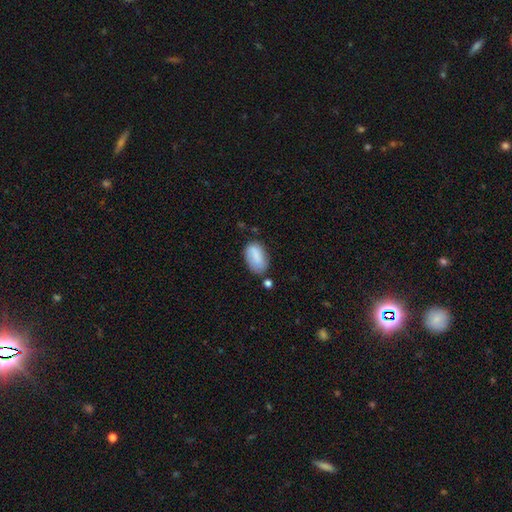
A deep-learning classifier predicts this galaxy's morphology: smooth 81%, featured or disk 12%, star or artifact 7%. Down the decision tree: how rounded — in between (92%); merging — none (64%).